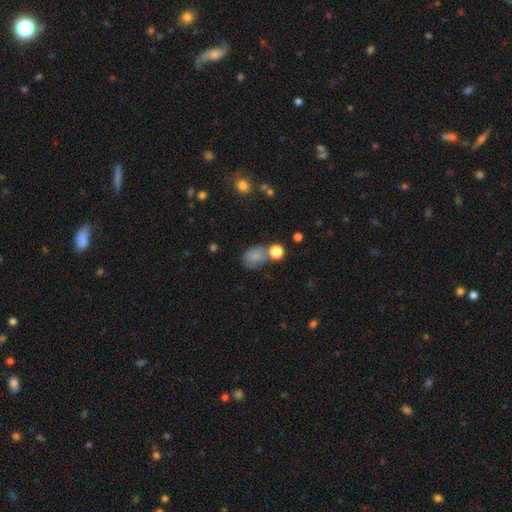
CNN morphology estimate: Smooth or featured? Predicted: smooth (p=0.75). How rounded? Predicted: in between (p=0.59). Merging? Predicted: none (p=0.44).